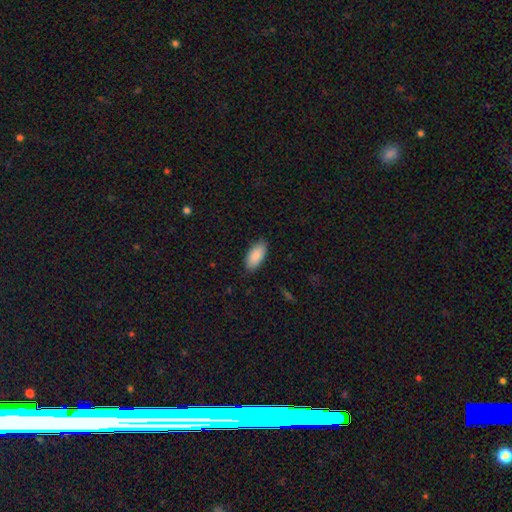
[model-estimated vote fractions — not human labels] This appears to be a smooth galaxy with no disk features (89%) that is in between round and cigar-shaped (93%). Merging: none (87%).